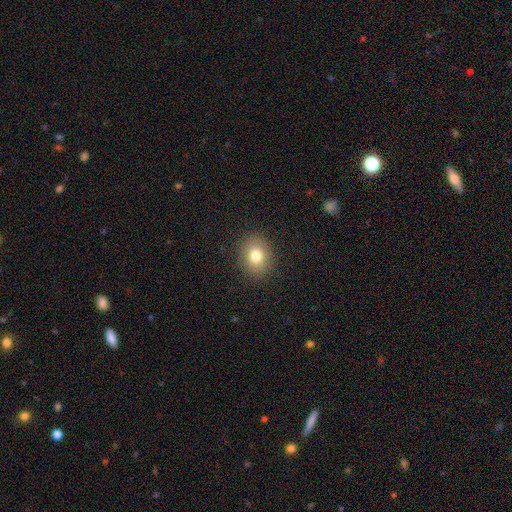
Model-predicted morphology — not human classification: A smooth galaxy with no disk features (78%) that is round (58%). Merging: none (89%).